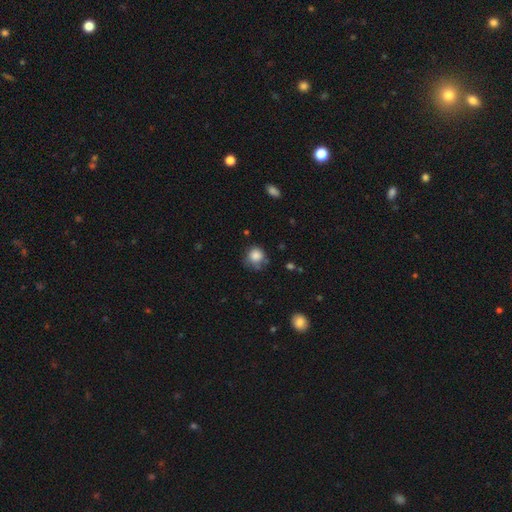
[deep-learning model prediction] Morphology: type=smooth (82%); roundness=round (84%); merging=none (54%).